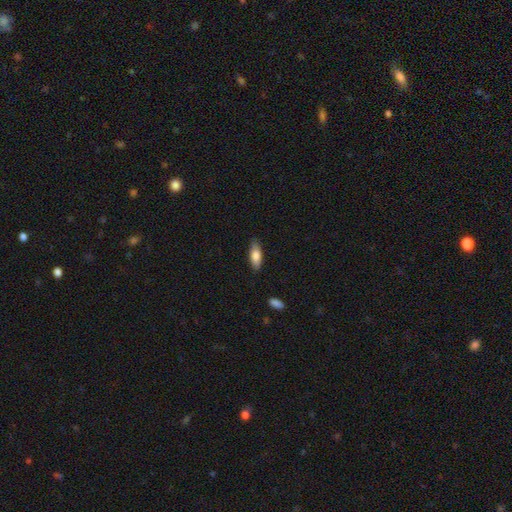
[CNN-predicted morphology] A smooth galaxy with no disk features (77%) that is in between round and cigar-shaped (66%). Merging: none (84%).